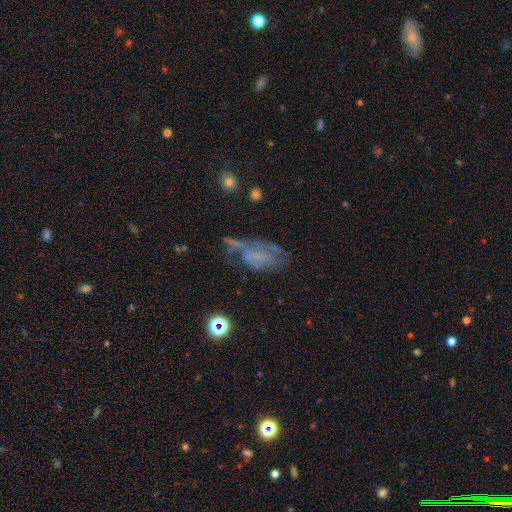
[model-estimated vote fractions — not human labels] This is possibly a featured or disk galaxy (57%). It is clearly not viewed edge-on (94%). Bar: likely no (70%). Spiral arm pattern: possibly yes (52%). Central bulge: likely none (70%). Merging: marginally major disturbance (38%).